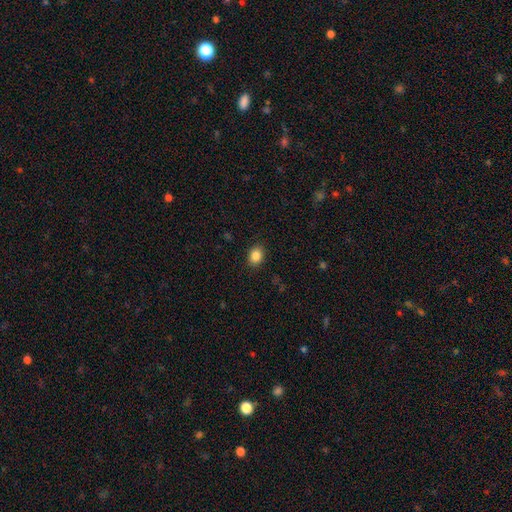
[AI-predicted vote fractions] Smooth or featured?
  - smooth: 86% *
  - star or artifact: 9%
  - featured or disk: 4%
How rounded?
  - in between: 55% *
  - round: 45%
  - cigar-shaped: 1%
Merging?
  - none: 89% *
  - minor disturbance: 8%
  - major disturbance: 2%
  - merger: 1%